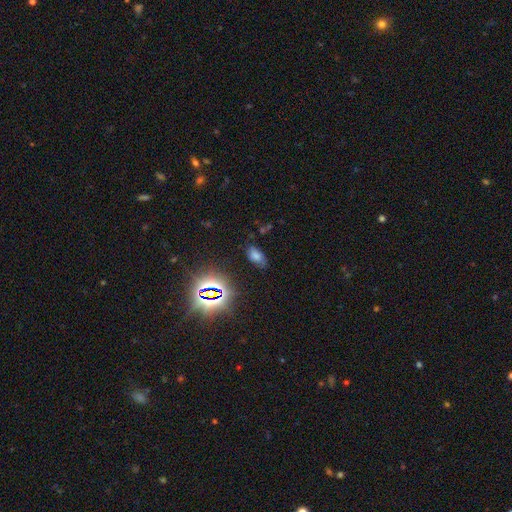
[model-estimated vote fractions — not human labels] smooth 51%, star or artifact 37%, featured or disk 12%. Down the decision tree: how rounded — in between (88%); merging — none (76%).